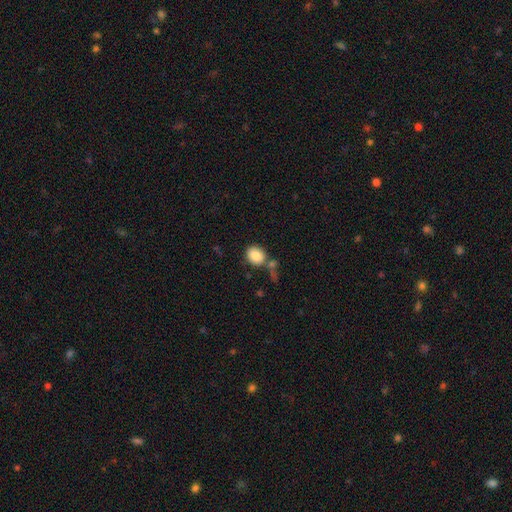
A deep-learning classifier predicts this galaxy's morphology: This is clearly a smooth galaxy (86%). How rounded: possibly round (57%). Merging: possibly none (58%).